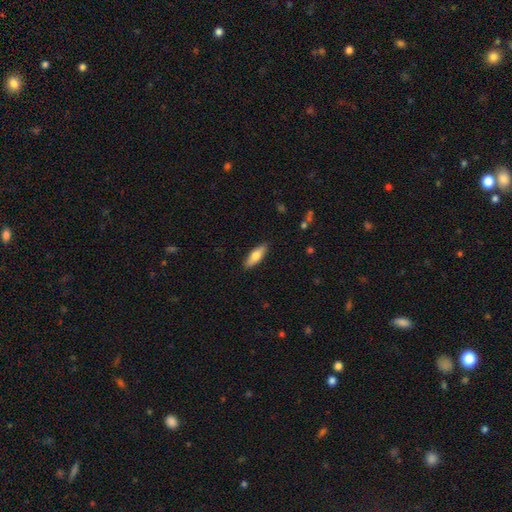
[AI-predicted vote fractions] smooth-or-featured: smooth: 69% | featured or disk: 25% | star or artifact: 6%
  how-rounded: in between: 56% | cigar-shaped: 42% | round: 2%
  merging: none: 89% | minor disturbance: 8% | major disturbance: 2% | merger: 1%